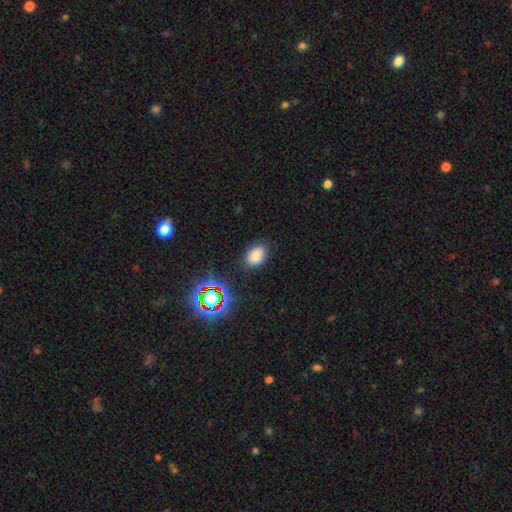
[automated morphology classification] Smooth or featured?
  - smooth: 78% *
  - star or artifact: 17%
  - featured or disk: 5%
How rounded?
  - in between: 79% *
  - round: 20%
  - cigar-shaped: 1%
Merging?
  - none: 83% *
  - minor disturbance: 12%
  - major disturbance: 3%
  - merger: 1%